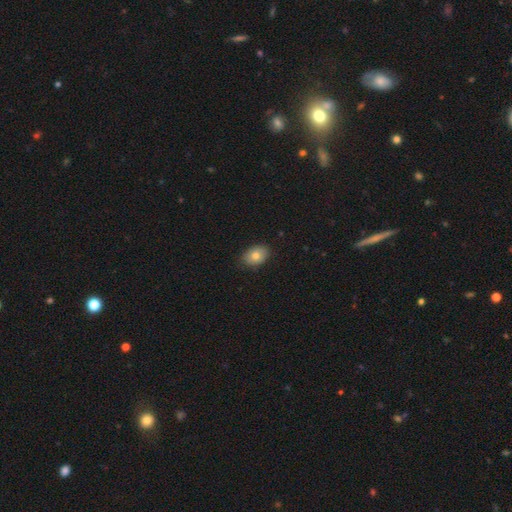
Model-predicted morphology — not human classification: This appears to be a smooth galaxy with no disk features (79%) that is in between round and cigar-shaped (79%). Merging: none (86%).